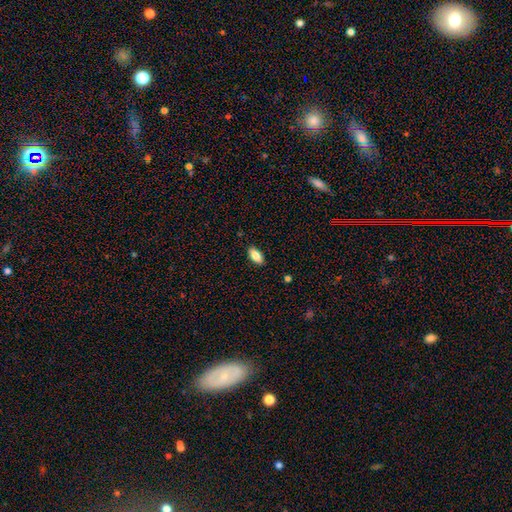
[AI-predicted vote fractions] The model was most divided on "smooth or featured": smooth: 82%, featured or disk: 10%, star or artifact: 7%. More confident: how rounded — in between (89%); merging — none (88%).